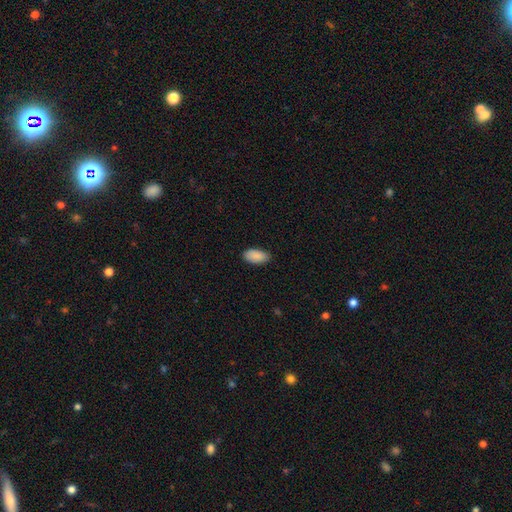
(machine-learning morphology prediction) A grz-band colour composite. It shows a smooth galaxy with no disk features (90%) that is in between round and cigar-shaped (95%). Merging: none (86%).